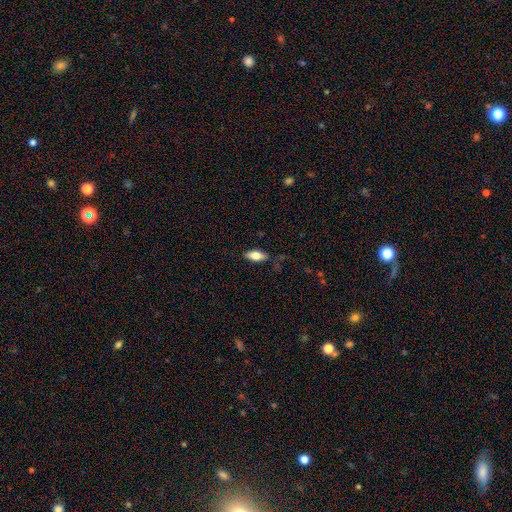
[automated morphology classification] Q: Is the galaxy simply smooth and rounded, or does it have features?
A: smooth — 75%.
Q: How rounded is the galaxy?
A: in between — 84%.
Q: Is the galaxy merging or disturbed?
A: none — 81%.